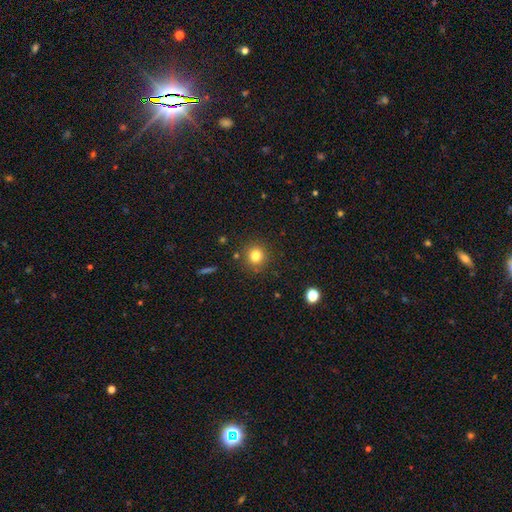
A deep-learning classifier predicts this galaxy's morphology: Overall: smooth (81%). How rounded: round (90%). Merging: none (87%).